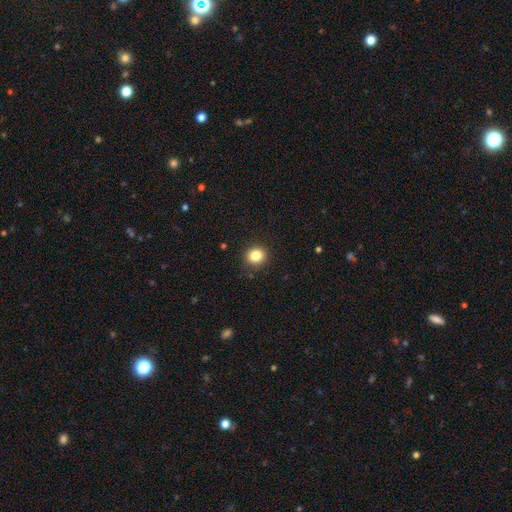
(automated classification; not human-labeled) Overall: smooth (84%). How rounded: round (85%). Merging: none (89%).